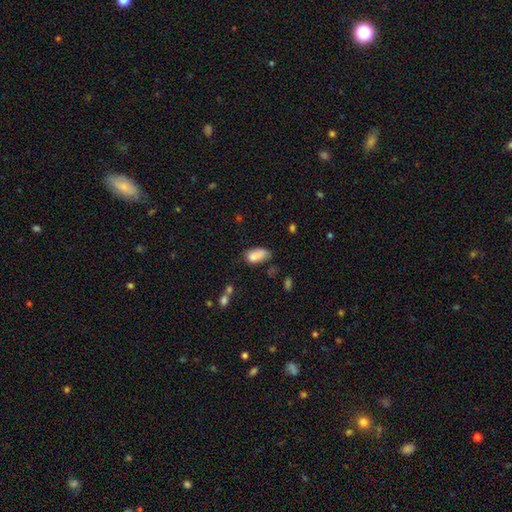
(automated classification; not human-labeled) A smooth galaxy with no disk features (83%) that is in between round and cigar-shaped (88%).

Vote fractions:
- Smooth or featured? smooth: 83% / star or artifact: 9% / featured or disk: 9%
- How rounded? in between: 88% / cigar-shaped: 8% / round: 4%
- Merging? none: 47% / minor disturbance: 33% / major disturbance: 12% / merger: 7%